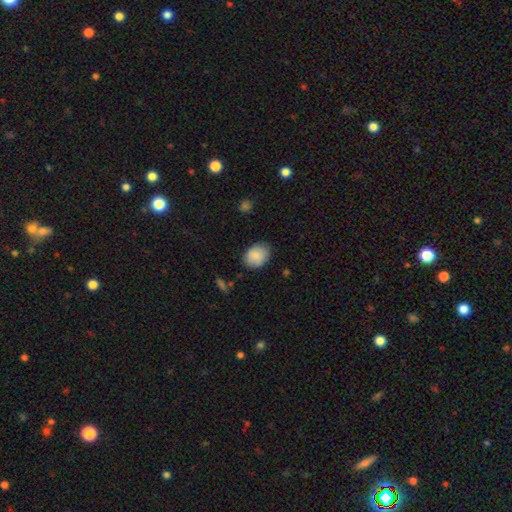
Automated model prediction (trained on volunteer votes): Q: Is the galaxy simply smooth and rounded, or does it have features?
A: smooth — 85%.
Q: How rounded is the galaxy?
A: in between — 58%.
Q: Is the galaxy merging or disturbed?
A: none — 78%.